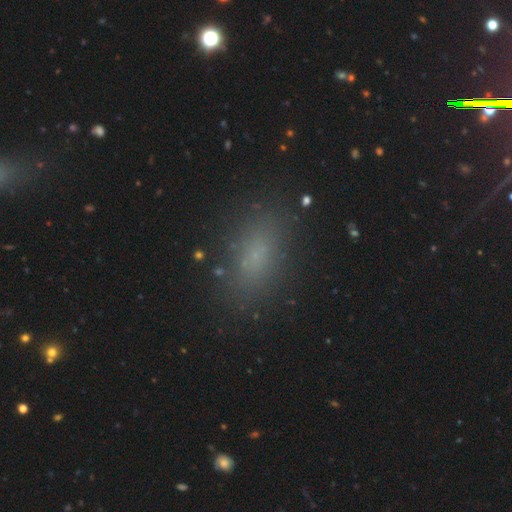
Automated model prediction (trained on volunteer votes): A smooth galaxy with no disk features (75%) that is in between round and cigar-shaped (82%).

Vote fractions:
- Smooth or featured? smooth: 75% / star or artifact: 16% / featured or disk: 9%
- How rounded? in between: 82% / cigar-shaped: 12% / round: 6%
- Merging? none: 84% / minor disturbance: 11% / major disturbance: 4% / merger: 2%